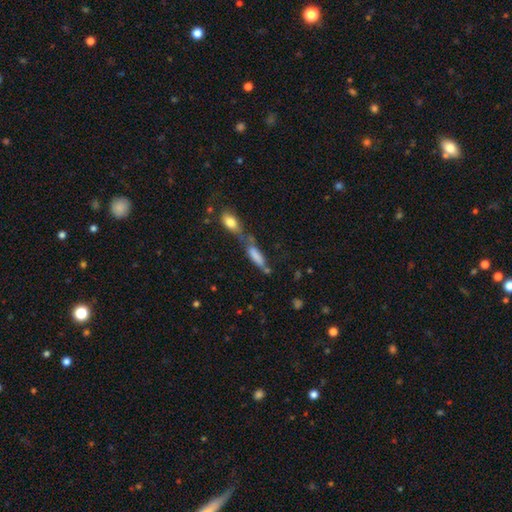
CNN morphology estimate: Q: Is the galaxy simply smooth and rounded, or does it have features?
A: smooth — 75%.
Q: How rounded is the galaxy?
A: cigar-shaped — 52%.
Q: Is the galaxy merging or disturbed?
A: merger — 53%.